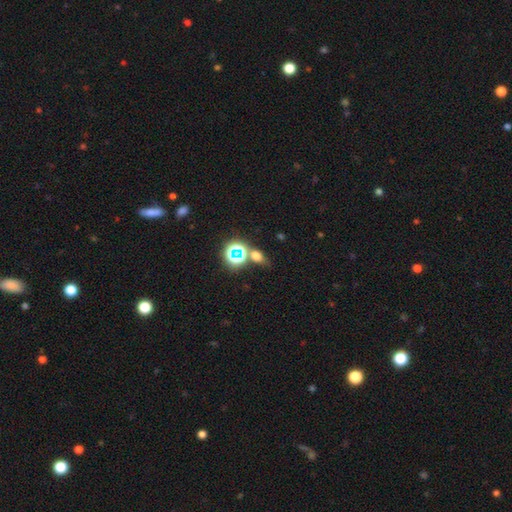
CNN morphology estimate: Overall: smooth (56%; star or artifact 33%). How rounded: in between (63%; round 32%). Merging: none (65%).